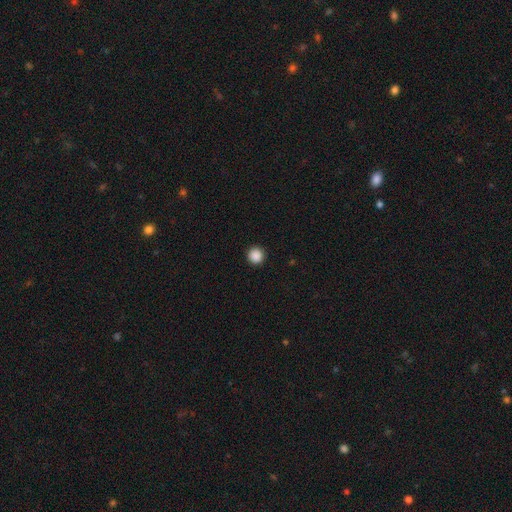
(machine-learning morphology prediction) smooth_or_featured: smooth (p=0.88) [alt: star or artifact p=0.10]
how_rounded: round (p=0.95) [alt: in between p=0.04]
merging: none (p=0.93) [alt: minor disturbance p=0.05]